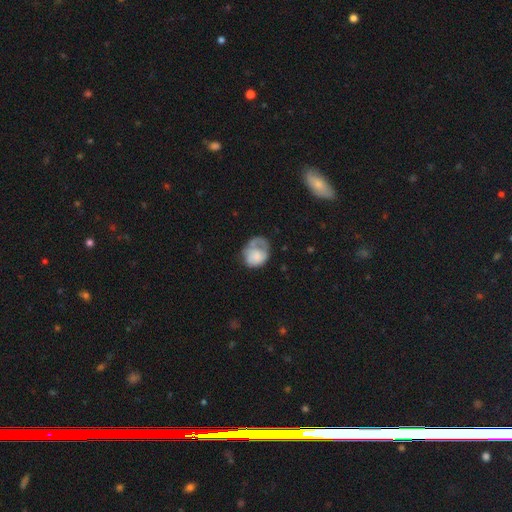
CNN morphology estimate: smooth-or-featured: smooth: 61% | featured or disk: 32% | star or artifact: 7%
  how-rounded: in between: 50% | round: 49% | cigar-shaped: 1%
  merging: major disturbance: 35% | none: 32% | minor disturbance: 29% | merger: 4%